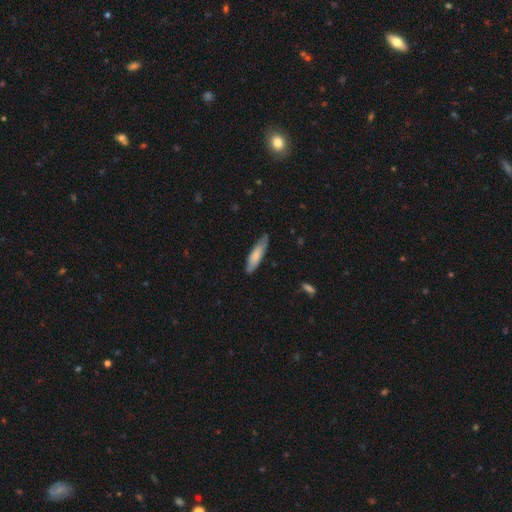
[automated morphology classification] Smooth or featured? smooth (74%)
How rounded? cigar-shaped (68%)
Merging? none (77%)